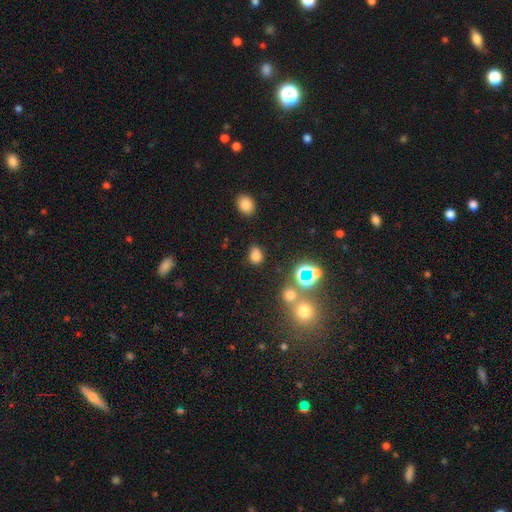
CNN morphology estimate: Smooth or featured? Predicted: smooth (p=0.71). How rounded? Predicted: in between (p=0.50). Merging? Predicted: none (p=0.72).